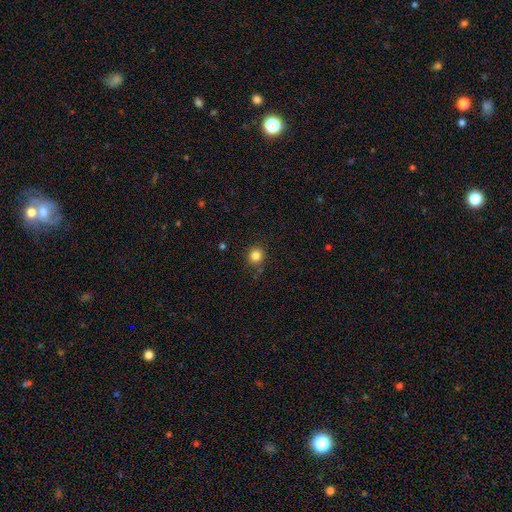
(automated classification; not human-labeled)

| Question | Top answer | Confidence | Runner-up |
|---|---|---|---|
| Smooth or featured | smooth | 83% | star or artifact (12%) |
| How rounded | round | 89% | in between (10%) |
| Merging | none | 84% | minor disturbance (11%) |